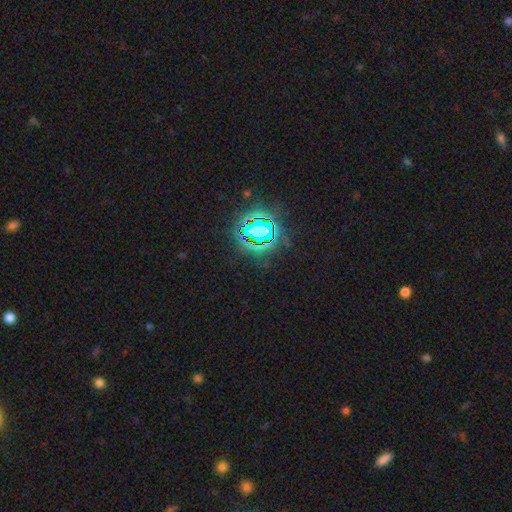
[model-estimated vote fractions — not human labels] This appears to be a star or artifact, not a galaxy (79%).